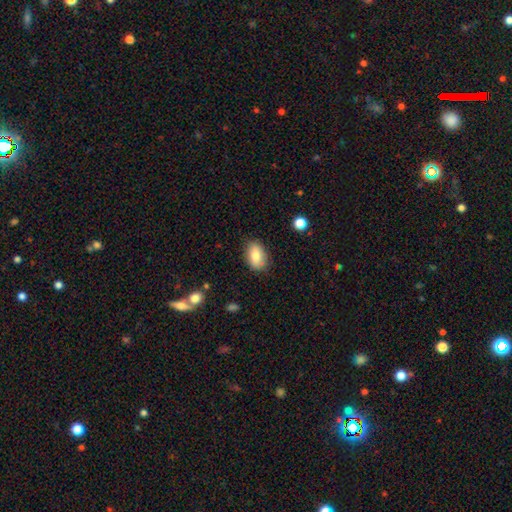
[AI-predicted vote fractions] Overall: smooth (81%). How rounded: in between (90%). Merging: none (83%).